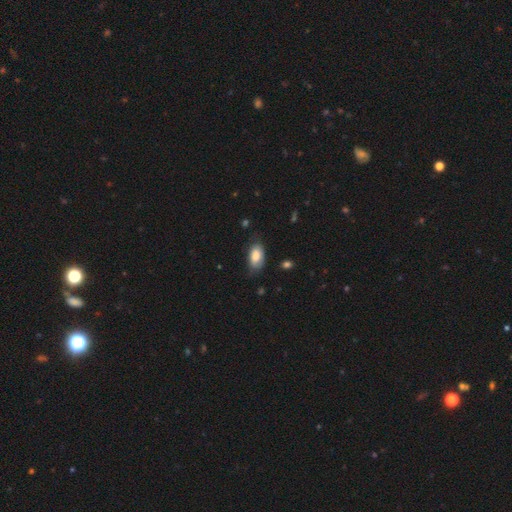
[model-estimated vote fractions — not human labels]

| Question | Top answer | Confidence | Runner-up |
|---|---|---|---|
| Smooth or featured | smooth | 84% | featured or disk (10%) |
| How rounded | in between | 93% | round (4%) |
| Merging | none | 71% | minor disturbance (24%) |